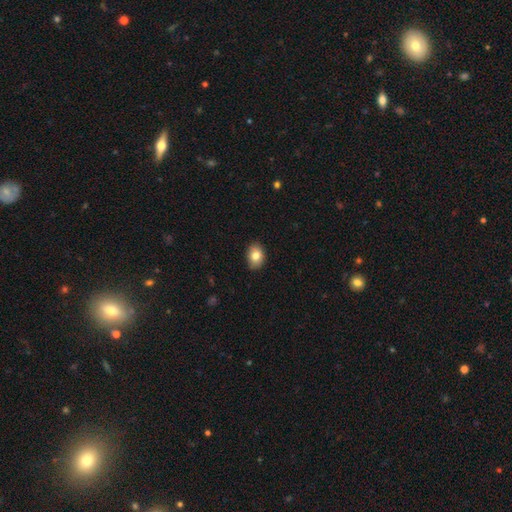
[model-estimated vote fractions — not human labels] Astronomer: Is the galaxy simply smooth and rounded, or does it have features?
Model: smooth — 82%.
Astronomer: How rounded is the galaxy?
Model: in between — 77%.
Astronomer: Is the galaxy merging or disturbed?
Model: none — 86%.